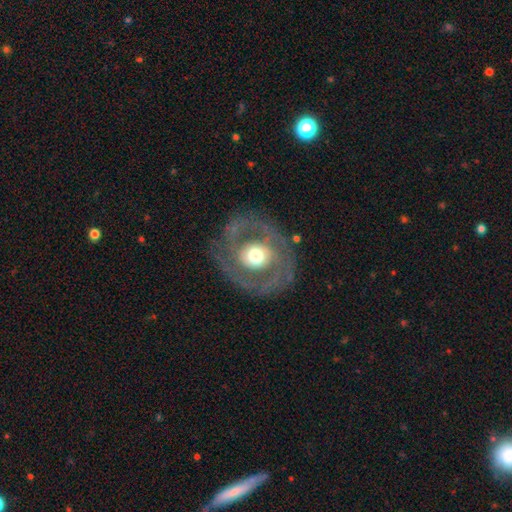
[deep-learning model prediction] This appears to be a featured or disk galaxy (78%) with no bar (64%), 2 (71%) tight (47%) spiral arms (79%) and a moderate central bulge (53%). Merging: none (78%).